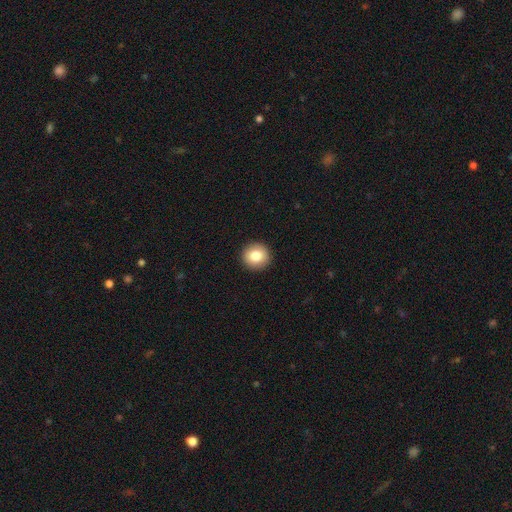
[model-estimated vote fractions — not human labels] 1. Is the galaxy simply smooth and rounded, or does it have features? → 82% smooth, 9% featured or disk, 9% star or artifact.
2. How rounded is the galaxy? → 93% round, 6% in between, 1% cigar-shaped.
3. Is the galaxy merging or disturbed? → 93% none, 5% minor disturbance, 2% major disturbance, 1% merger.